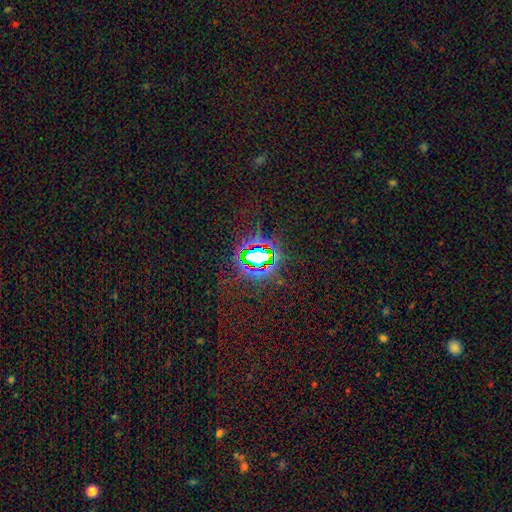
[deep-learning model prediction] smooth-or-featured: star or artifact: 80% | smooth: 11% | featured or disk: 9%